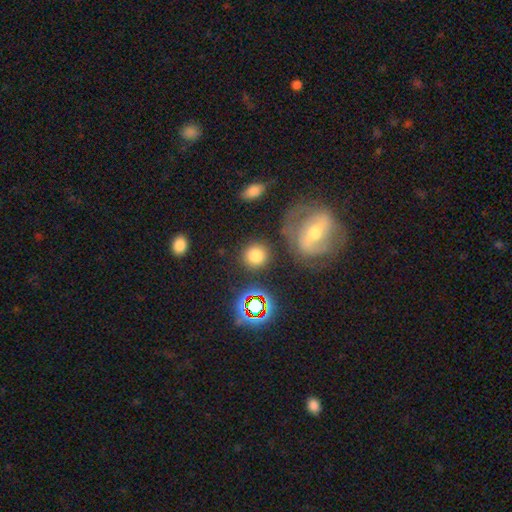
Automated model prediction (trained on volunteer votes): Q: Smooth or featured?
A: smooth (74%); runner-up: star or artifact (15%)
Q: How rounded?
A: round (90%); runner-up: in between (9%)
Q: Merging?
A: none (79%); runner-up: minor disturbance (10%)